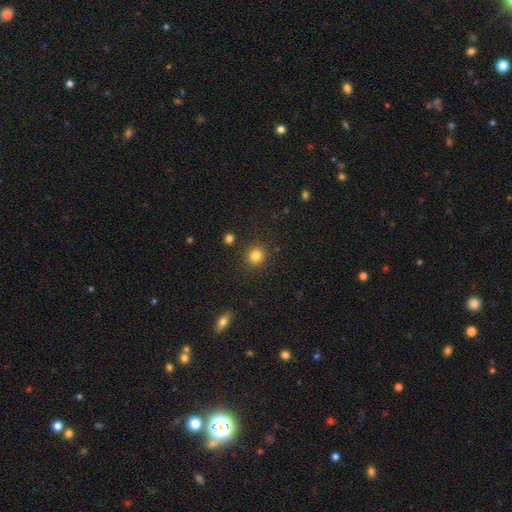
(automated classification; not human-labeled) smooth-or-featured: smooth: 84% | star or artifact: 12% | featured or disk: 5%
  how-rounded: round: 91% | in between: 8% | cigar-shaped: 1%
  merging: none: 88% | minor disturbance: 7% | major disturbance: 3% | merger: 2%